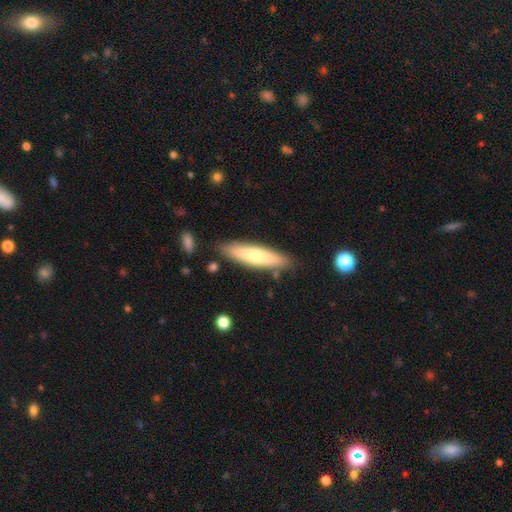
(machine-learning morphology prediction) Smooth or featured? smooth (62%)
How rounded? cigar-shaped (75%)
Merging? none (84%)